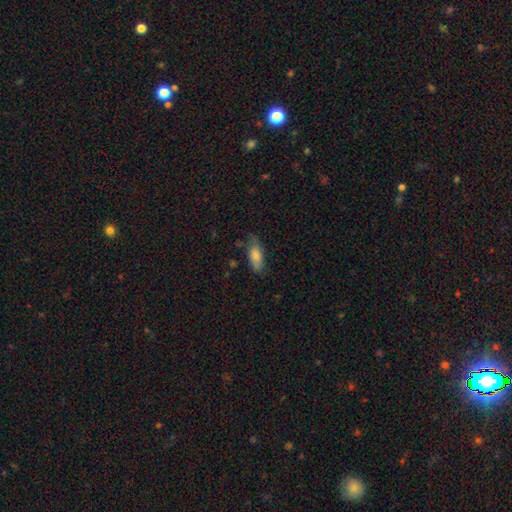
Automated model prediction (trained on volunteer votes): smooth_or_featured: smooth (p=0.80) [alt: featured or disk p=0.13]
how_rounded: in between (p=0.80) [alt: cigar-shaped p=0.18]
merging: none (p=0.61) [alt: minor disturbance p=0.29]